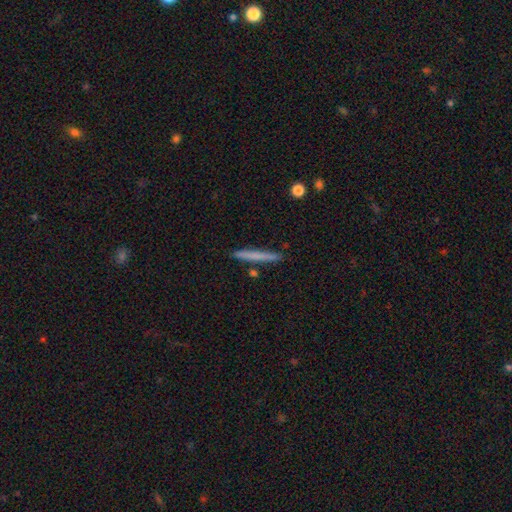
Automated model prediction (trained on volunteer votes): Smooth or featured?
  - smooth: 67% *
  - featured or disk: 28%
  - star or artifact: 6%
How rounded?
  - cigar-shaped: 97% *
  - in between: 2%
  - round: 1%
Merging?
  - none: 89% *
  - minor disturbance: 7%
  - merger: 2%
  - major disturbance: 1%